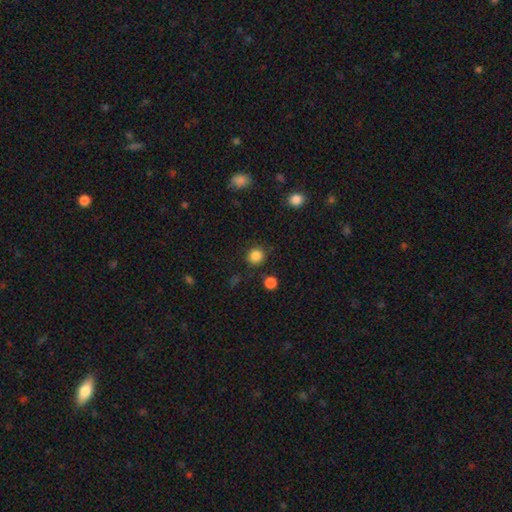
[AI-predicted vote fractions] Q: Smooth or featured?
A: smooth (85%); runner-up: star or artifact (11%)
Q: How rounded?
A: round (91%); runner-up: in between (8%)
Q: Merging?
A: none (87%); runner-up: minor disturbance (7%)